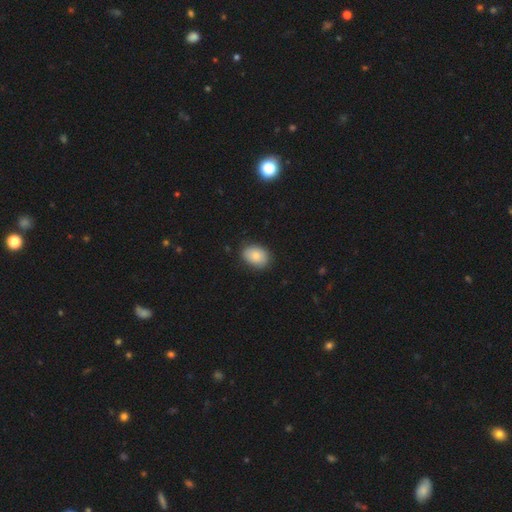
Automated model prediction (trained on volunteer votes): The model was most divided on "how rounded": in between: 74%, round: 25%, cigar-shaped: 1%. More confident: merging — none (84%); smooth or featured — smooth (83%).